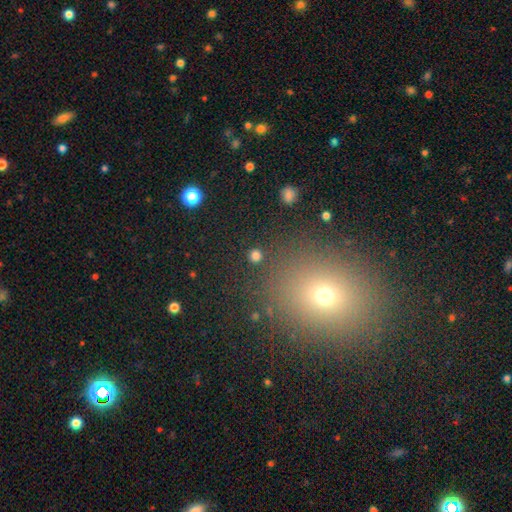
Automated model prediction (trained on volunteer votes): smooth_or_featured: smooth (p=0.79) [alt: star or artifact p=0.16]
how_rounded: round (p=0.94) [alt: in between p=0.05]
merging: none (p=0.90) [alt: minor disturbance p=0.05]